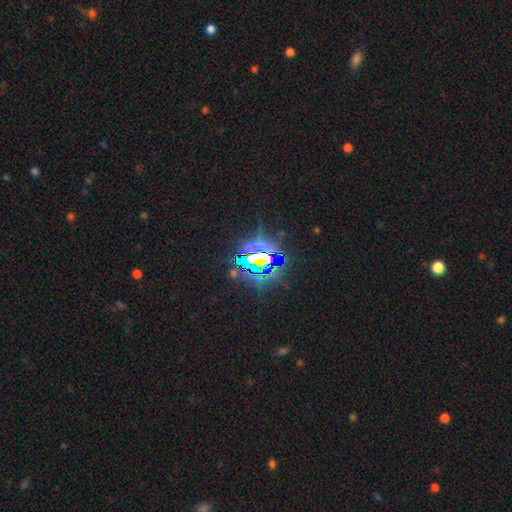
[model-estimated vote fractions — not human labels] This is clearly a star or artifact rather than a galaxy (82%).